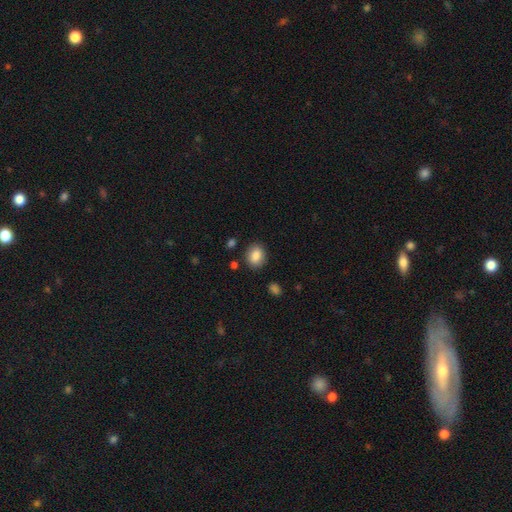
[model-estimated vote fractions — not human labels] Smooth or featured? Predicted: smooth (p=0.85). How rounded? Predicted: round (p=0.51). Merging? Predicted: none (p=0.86).